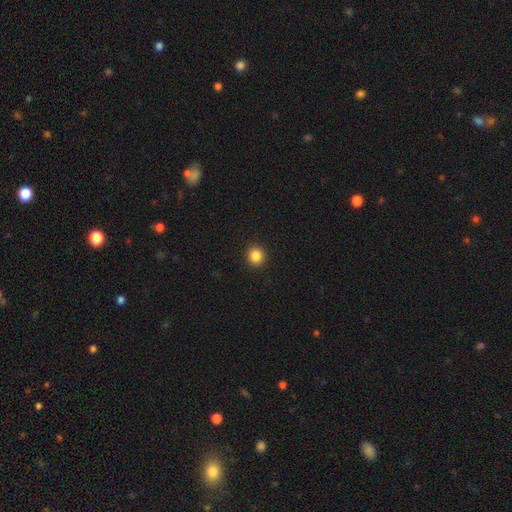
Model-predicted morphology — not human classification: Smooth or featured? smooth (86%)
How rounded? round (92%)
Merging? none (93%)